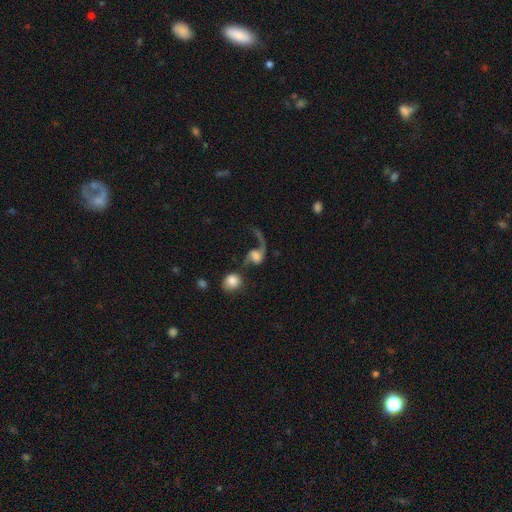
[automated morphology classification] A featured or disk galaxy (69%) with no bar (57%), 2 (50%) loose (86%) spiral arms (88%) and a moderate central bulge (28%).

Vote fractions:
- Smooth or featured? featured or disk: 69% / smooth: 22% / star or artifact: 9%
- Edge-on disk? no: 97% / yes: 3%
- Bar? no: 57% / weak: 33% / strong: 10%
- Spiral arms? yes: 88% / no: 12%
- Spiral winding? loose: 86% / medium: 11% / tight: 3%
- Spiral arm count? 2: 50% / 1: 45% / can't tell: 2% / 3: 1% / 4: 1% / more than 4: 1%
- Bulge size? moderate: 28% / none: 24% / large: 22% / small: 21% / dominant: 6%
- Merging? major disturbance: 37% / none: 28% / merger: 23% / minor disturbance: 12%